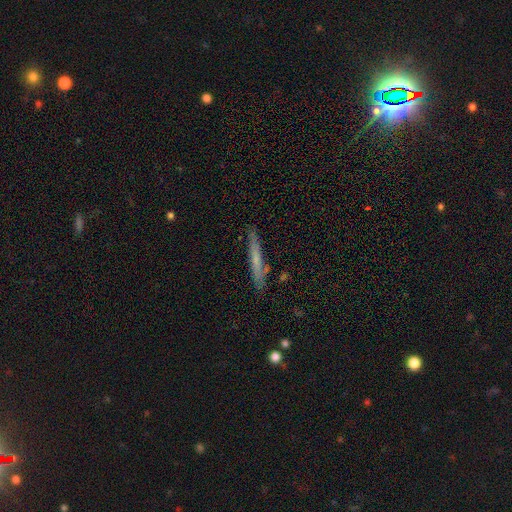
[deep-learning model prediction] A smooth galaxy with no disk features (47%). Merging: none (82%).